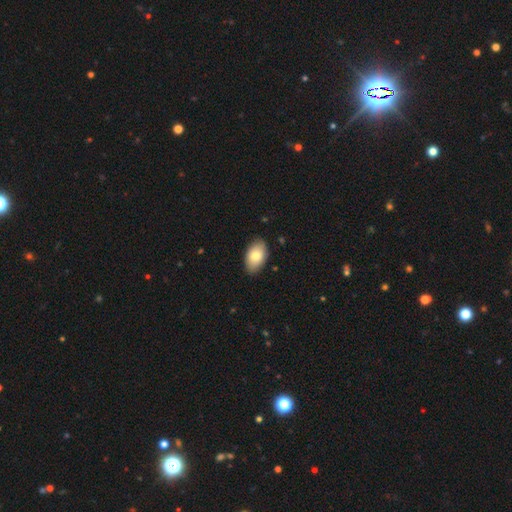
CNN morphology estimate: A smooth galaxy with no disk features (81%) that is in between round and cigar-shaped (94%). Merging: none (86%).